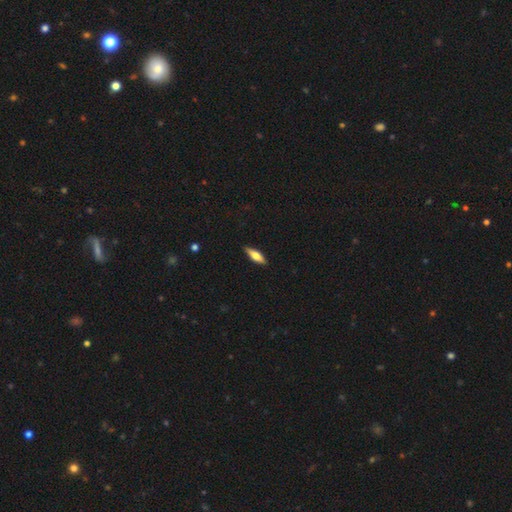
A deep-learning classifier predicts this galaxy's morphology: A smooth galaxy with no disk features (55%) that is cigar-shaped (51%).

Vote fractions:
- Smooth or featured? smooth: 55% / featured or disk: 39% / star or artifact: 6%
- How rounded? cigar-shaped: 51% / in between: 47% / round: 2%
- Merging? none: 88% / minor disturbance: 9% / major disturbance: 2% / merger: 1%